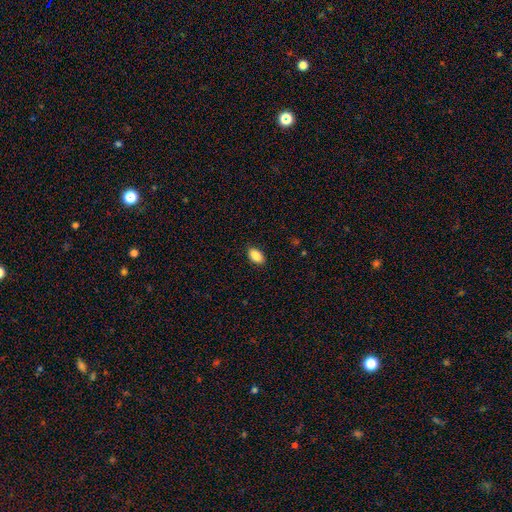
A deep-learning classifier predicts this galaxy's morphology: Smooth or featured?
  - smooth: 89% *
  - star or artifact: 7%
  - featured or disk: 4%
How rounded?
  - in between: 92% *
  - round: 6%
  - cigar-shaped: 2%
Merging?
  - none: 88% *
  - minor disturbance: 9%
  - major disturbance: 2%
  - merger: 1%